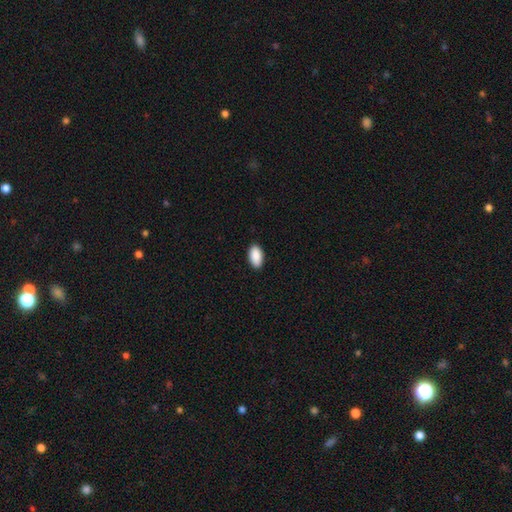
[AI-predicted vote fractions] A smooth galaxy with no disk features (91%) that is in between round and cigar-shaped (95%). Merging: none (89%).